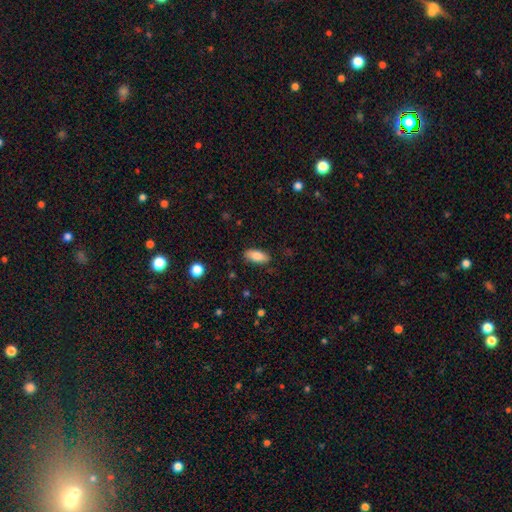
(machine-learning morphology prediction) This appears to be a smooth galaxy with no disk features (85%) that is in between round and cigar-shaped (84%). Merging: none (85%).